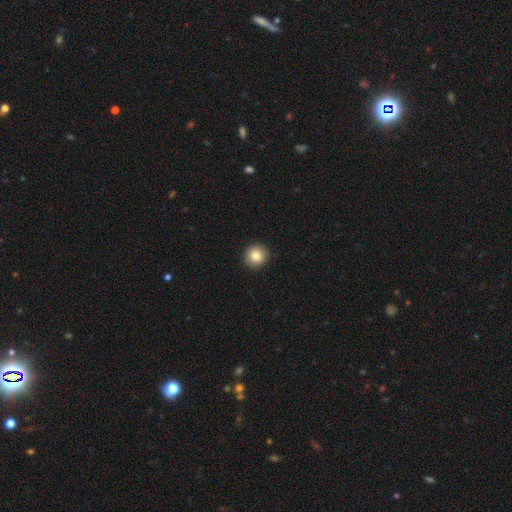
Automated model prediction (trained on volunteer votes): Smooth or featured? Predicted: smooth (p=0.85). How rounded? Predicted: round (p=0.94). Merging? Predicted: none (p=0.93).